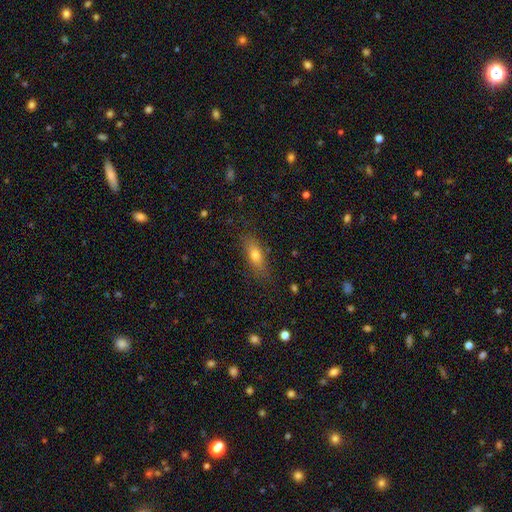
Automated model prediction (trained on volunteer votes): Q: Smooth or featured?
A: smooth (73%); runner-up: featured or disk (18%)
Q: How rounded?
A: in between (65%); runner-up: cigar-shaped (31%)
Q: Merging?
A: none (79%); runner-up: minor disturbance (15%)